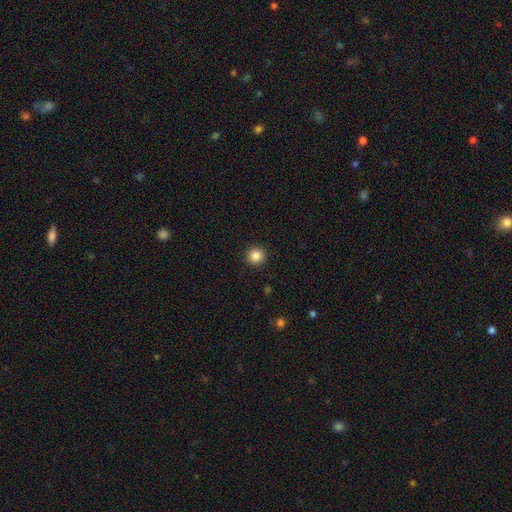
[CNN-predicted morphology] Overall: smooth (86%). How rounded: round (95%). Merging: none (93%).